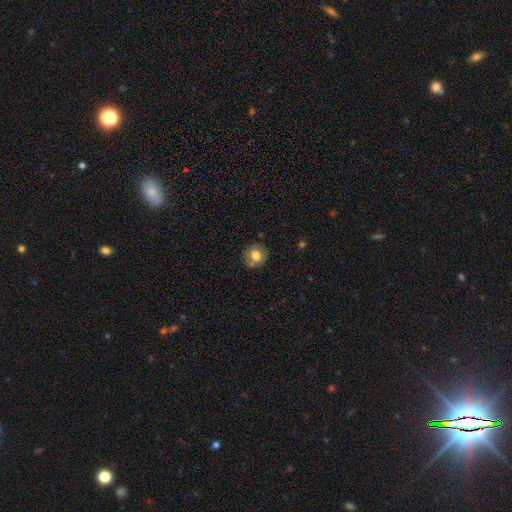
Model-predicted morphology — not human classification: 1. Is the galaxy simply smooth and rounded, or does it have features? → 73% smooth, 18% featured or disk, 9% star or artifact.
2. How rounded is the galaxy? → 78% round, 21% in between, 1% cigar-shaped.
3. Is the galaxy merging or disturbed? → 73% none, 15% minor disturbance, 8% merger, 4% major disturbance.